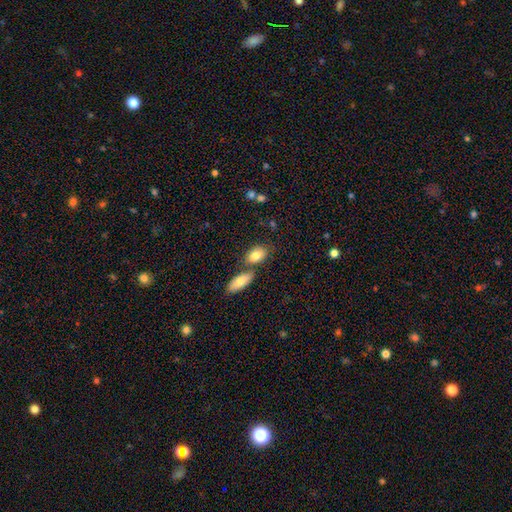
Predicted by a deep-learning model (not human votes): A smooth galaxy with no disk features (80%) that is in between round and cigar-shaped (87%).

Vote fractions:
- Smooth or featured? smooth: 80% / featured or disk: 13% / star or artifact: 7%
- How rounded? in between: 87% / round: 10% / cigar-shaped: 3%
- Merging? none: 55% / merger: 31% / minor disturbance: 11% / major disturbance: 3%